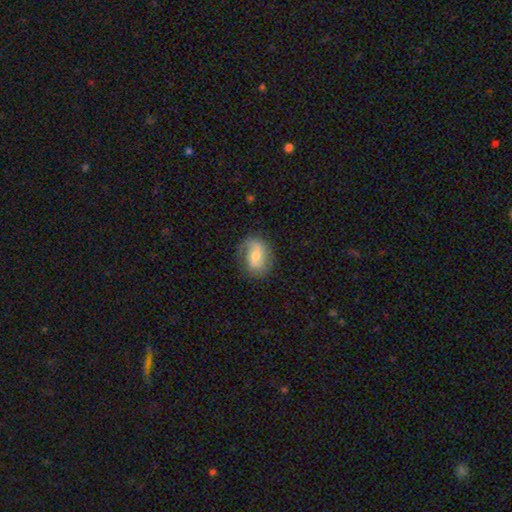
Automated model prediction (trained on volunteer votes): A featured or disk galaxy (56%) with no bar (45%), spiral arms (84%) and a moderate central bulge (59%).

Vote fractions:
- Smooth or featured? featured or disk: 56% / smooth: 36% / star or artifact: 8%
- Edge-on disk? no: 96% / yes: 4%
- Bar? no: 45% / weak: 41% / strong: 14%
- Spiral arms? yes: 84% / no: 16%
- Bulge size? moderate: 59% / small: 33% / large: 5% / none: 2% / dominant: 1%
- Merging? none: 71% / minor disturbance: 19% / major disturbance: 8% / merger: 1%